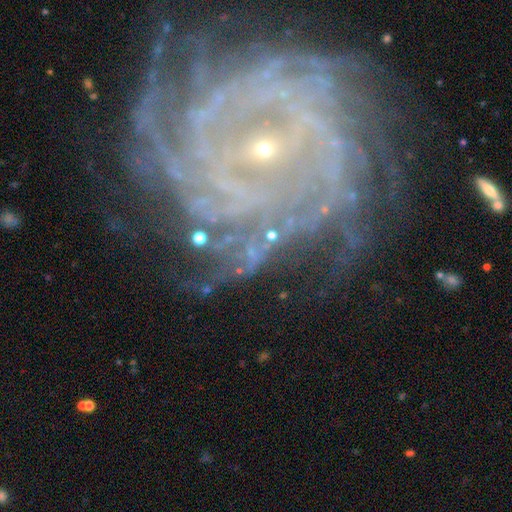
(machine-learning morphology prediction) A featured or disk galaxy (70%) with no bar (49%), tight (66%) spiral arms (94%) and a small central bulge (72%). Merging: none (61%).